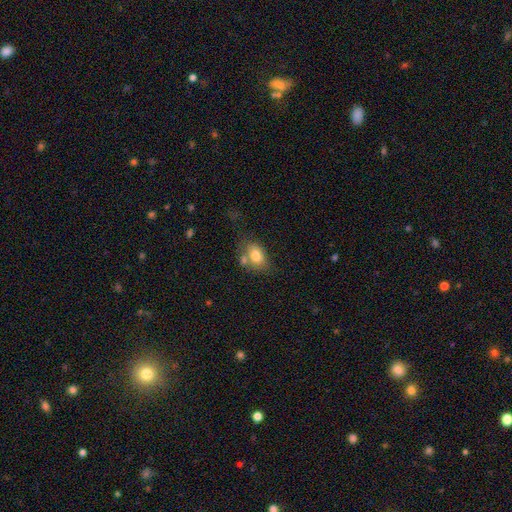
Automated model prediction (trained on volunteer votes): Smooth or featured: smooth — 77% (featured or disk — 14%)
How rounded: in between — 74% (round — 24%)
Merging: none — 47% (merger — 25%)